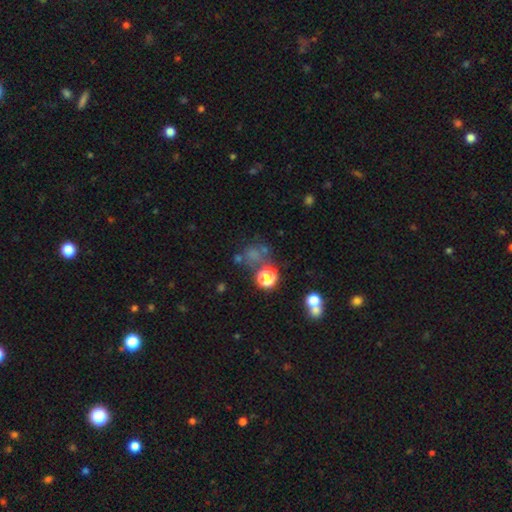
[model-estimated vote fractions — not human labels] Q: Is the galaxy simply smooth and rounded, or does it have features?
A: smooth — 51%.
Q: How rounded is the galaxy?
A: round — 81%.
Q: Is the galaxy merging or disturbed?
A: none — 57%.